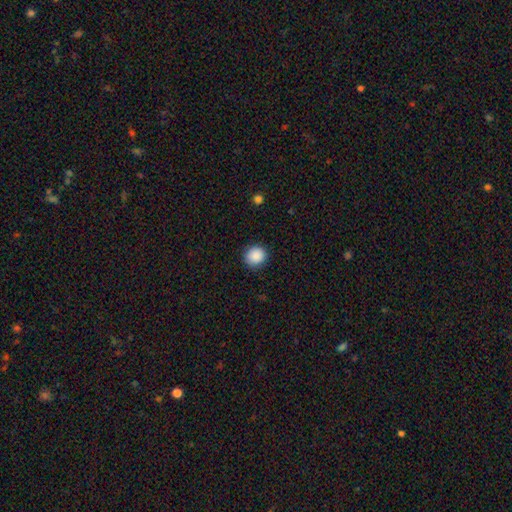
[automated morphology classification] Smooth or featured? Predicted: smooth (p=0.89). How rounded? Predicted: round (p=0.90). Merging? Predicted: none (p=0.90).